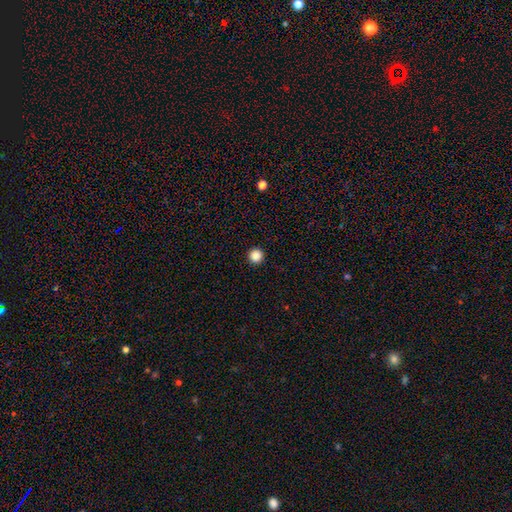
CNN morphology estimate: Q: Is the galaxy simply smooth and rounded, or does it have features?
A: smooth — 87%.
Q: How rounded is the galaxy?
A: round — 97%.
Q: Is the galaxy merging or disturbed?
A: none — 94%.